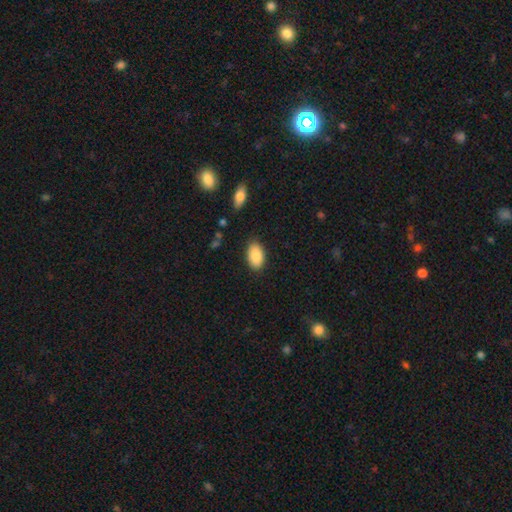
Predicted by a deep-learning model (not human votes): smooth-or-featured: smooth: 88% | star or artifact: 6% | featured or disk: 5%
  how-rounded: in between: 94% | round: 5% | cigar-shaped: 2%
  merging: none: 84% | minor disturbance: 11% | major disturbance: 3% | merger: 1%